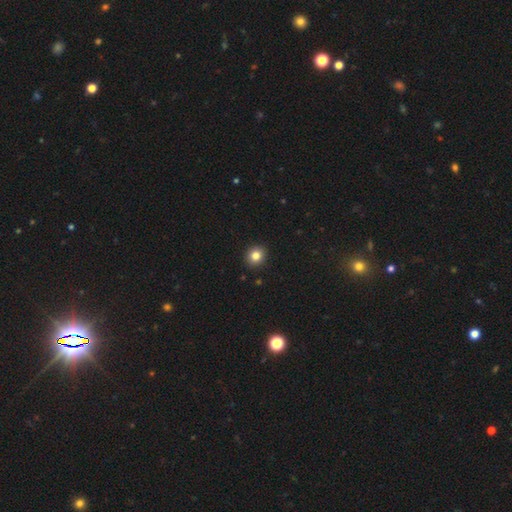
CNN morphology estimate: This appears to be a smooth galaxy with no disk features (83%) that is round (82%). Merging: none (92%).